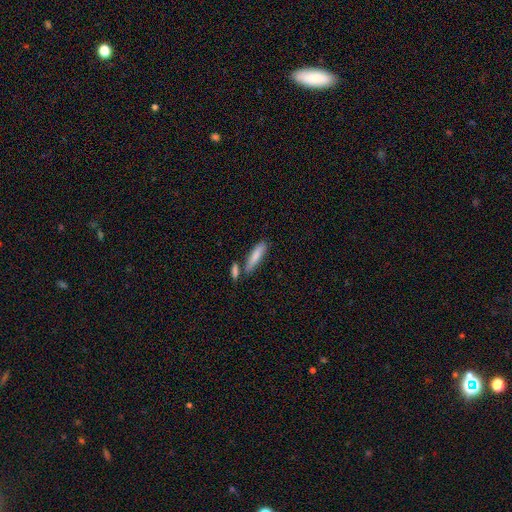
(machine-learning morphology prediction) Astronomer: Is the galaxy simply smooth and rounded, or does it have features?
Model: smooth — 80%.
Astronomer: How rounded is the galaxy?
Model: cigar-shaped — 75%.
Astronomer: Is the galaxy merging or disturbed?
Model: none — 66%.